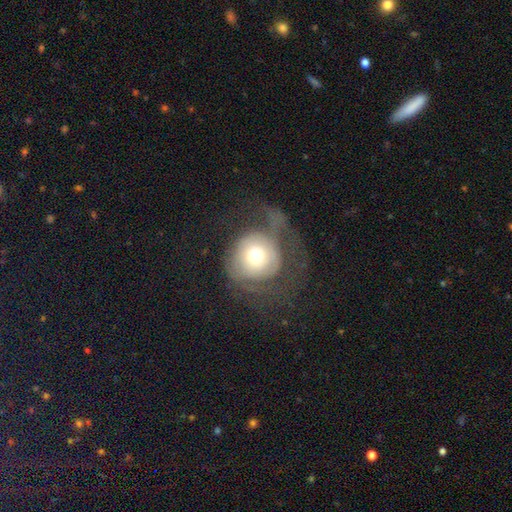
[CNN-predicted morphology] Q: Smooth or featured?
A: smooth (52%); runner-up: featured or disk (38%)
Q: How rounded?
A: round (90%); runner-up: in between (9%)
Q: Merging?
A: major disturbance (48%); runner-up: none (32%)